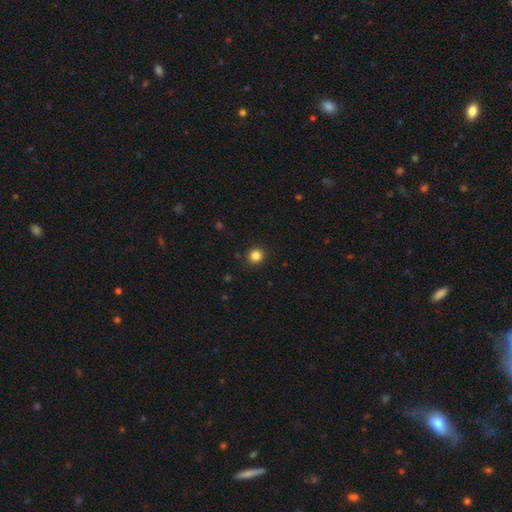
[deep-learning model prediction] smooth-or-featured: smooth: 84% | star or artifact: 12% | featured or disk: 4%
  how-rounded: round: 92% | in between: 7% | cigar-shaped: 1%
  merging: none: 92% | minor disturbance: 5% | major disturbance: 2% | merger: 1%